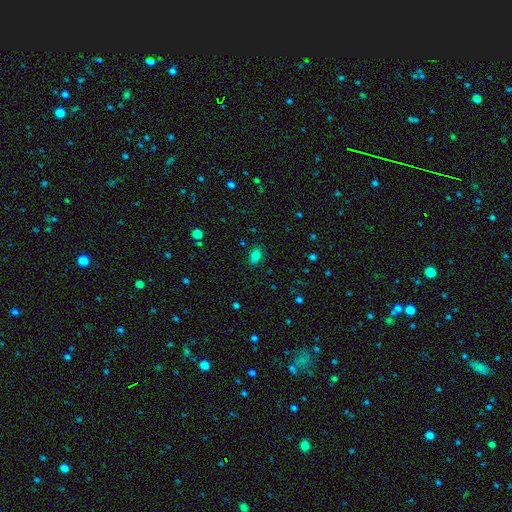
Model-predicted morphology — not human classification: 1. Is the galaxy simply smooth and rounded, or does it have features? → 79% smooth, 14% star or artifact, 7% featured or disk.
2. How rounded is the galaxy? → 78% in between, 20% round, 2% cigar-shaped.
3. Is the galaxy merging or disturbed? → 82% none, 13% minor disturbance, 3% major disturbance, 2% merger.